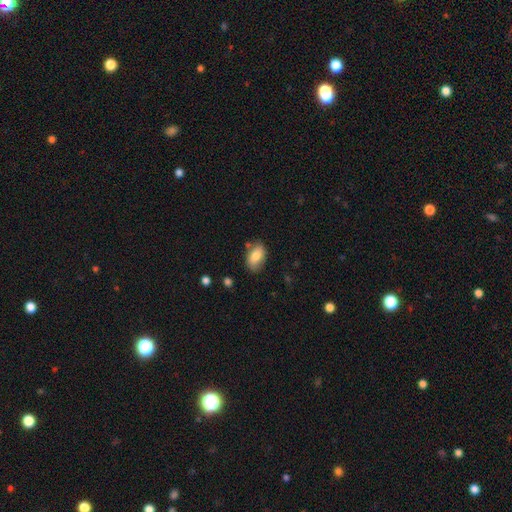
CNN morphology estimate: Overall: smooth (80%). How rounded: in between (91%). Merging: none (76%).